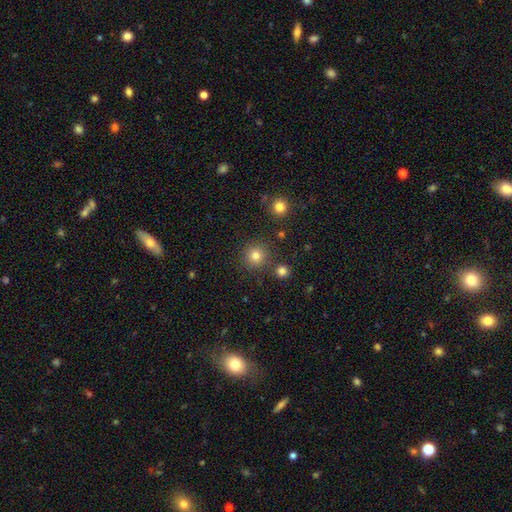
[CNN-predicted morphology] smooth-or-featured: smooth: 81% | star or artifact: 14% | featured or disk: 6%
  how-rounded: round: 94% | in between: 5% | cigar-shaped: 1%
  merging: none: 86% | minor disturbance: 7% | merger: 5% | major disturbance: 3%